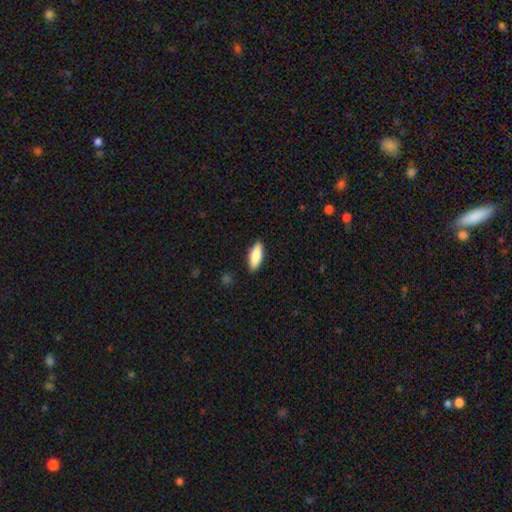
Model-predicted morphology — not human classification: The model was most divided on "how rounded": in between: 72%, cigar-shaped: 26%, round: 2%. More confident: merging — none (89%); smooth or featured — smooth (86%).